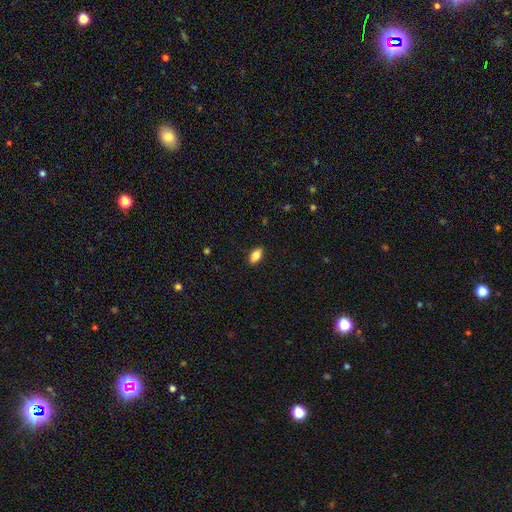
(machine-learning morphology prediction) This is clearly a smooth galaxy (87%). How rounded: clearly in between (90%). Merging: clearly none (88%).